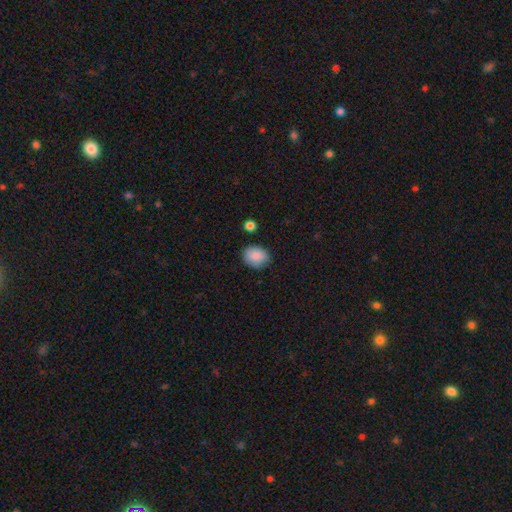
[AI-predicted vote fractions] This is clearly a smooth galaxy (88%). How rounded: possibly in between (54%). Merging: likely none (77%).